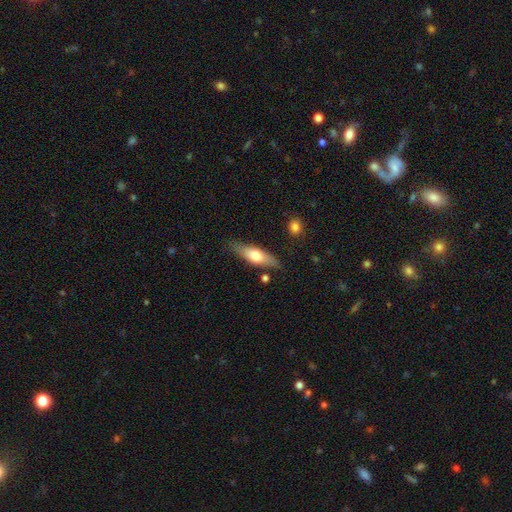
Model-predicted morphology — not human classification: smooth-or-featured: smooth: 60% | featured or disk: 34% | star or artifact: 6%
  how-rounded: in between: 50% | cigar-shaped: 47% | round: 2%
  merging: none: 79% | minor disturbance: 15% | merger: 3% | major disturbance: 3%